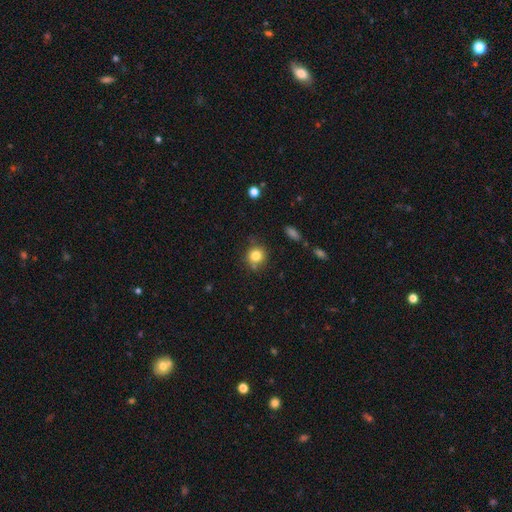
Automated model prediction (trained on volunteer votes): smooth-or-featured: smooth: 82% | star or artifact: 11% | featured or disk: 7%
  how-rounded: round: 88% | in between: 11% | cigar-shaped: 1%
  merging: none: 77% | minor disturbance: 13% | merger: 7% | major disturbance: 4%